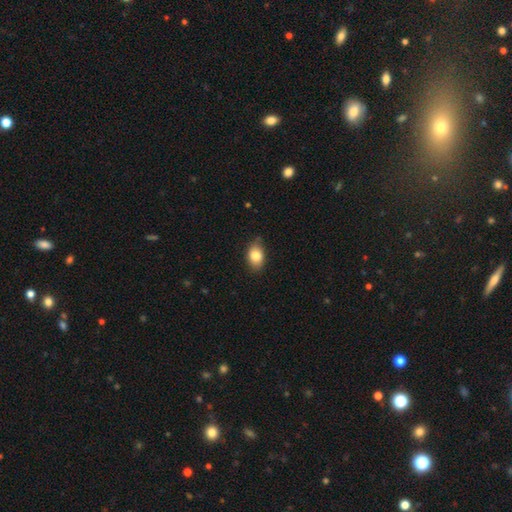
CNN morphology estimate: smooth 82%, featured or disk 10%, star or artifact 8%. Down the decision tree: how rounded — in between (81%); merging — none (79%).